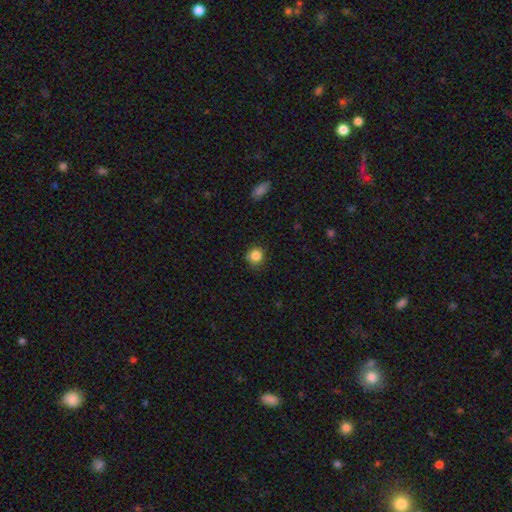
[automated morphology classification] A smooth galaxy with no disk features (85%) that is round (89%). Merging: none (79%).